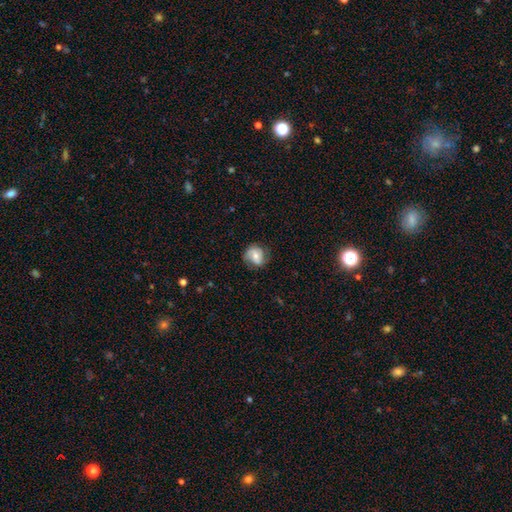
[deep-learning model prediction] Morphology: type=featured or disk (46%, tied with smooth); merging=none (69%).